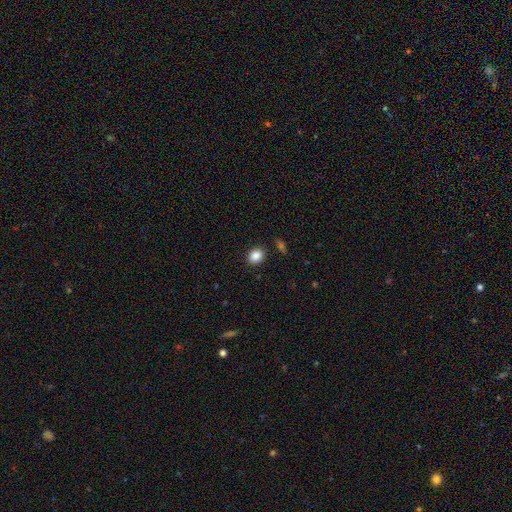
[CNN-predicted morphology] Q: Smooth or featured?
A: smooth (87%); runner-up: star or artifact (9%)
Q: How rounded?
A: round (50%); runner-up: in between (49%)
Q: Merging?
A: none (87%); runner-up: minor disturbance (8%)